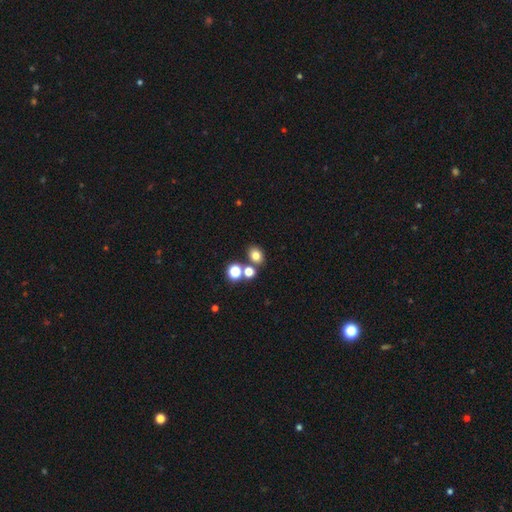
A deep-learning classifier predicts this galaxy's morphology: Smooth or featured? Predicted: smooth (p=0.76). How rounded? Predicted: round (p=0.54). Merging? Predicted: none (p=0.68).